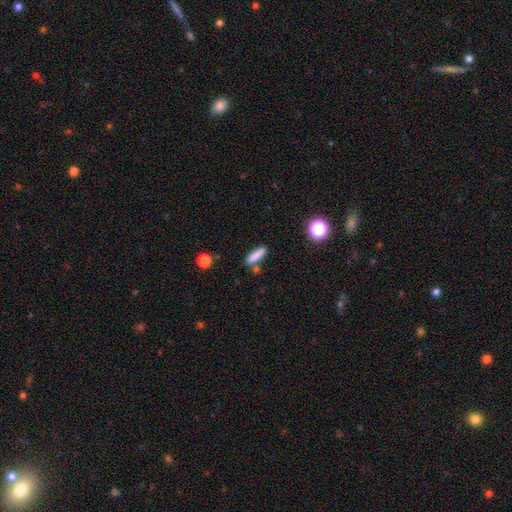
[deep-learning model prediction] Morphology: type=smooth (82%); roundness=cigar-shaped (72%); merging=none (75%).